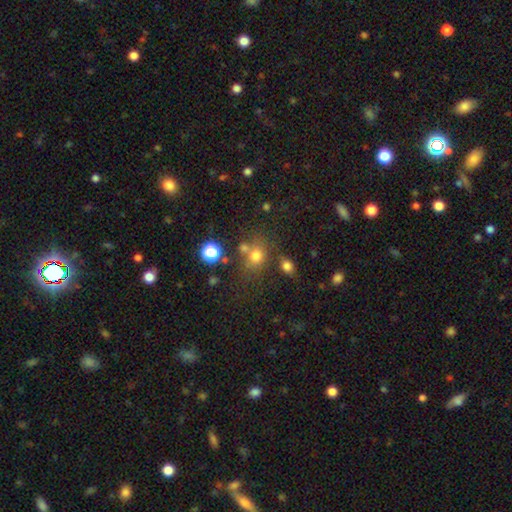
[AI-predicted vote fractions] The model was most divided on "how rounded": round: 67%, in between: 31%, cigar-shaped: 1%. More confident: smooth or featured — smooth (71%); merging — none (59%).